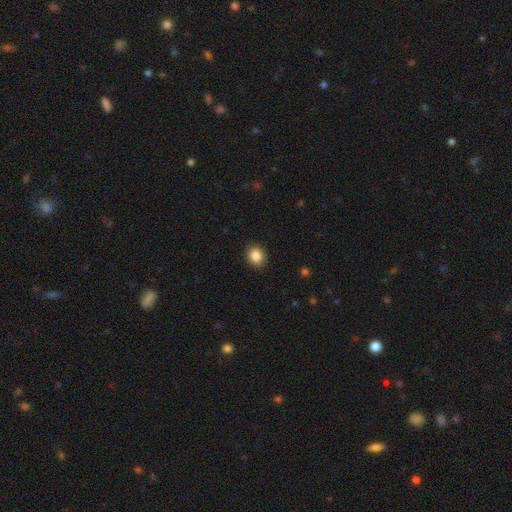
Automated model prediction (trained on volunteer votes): A smooth galaxy with no disk features (86%) that is round (60%).

Vote fractions:
- Smooth or featured? smooth: 86% / star or artifact: 9% / featured or disk: 5%
- How rounded? round: 60% / in between: 39% / cigar-shaped: 1%
- Merging? none: 90% / minor disturbance: 7% / major disturbance: 2% / merger: 1%